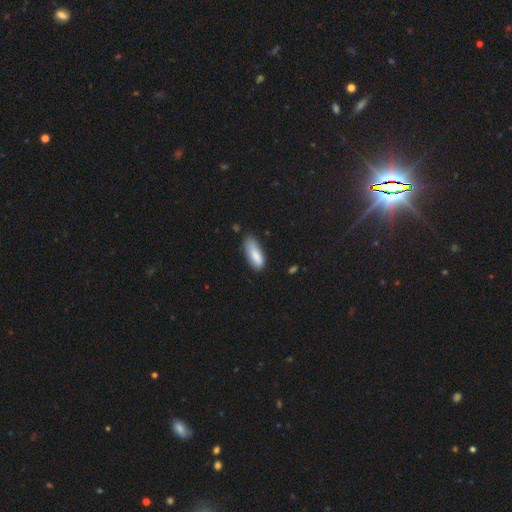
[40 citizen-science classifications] Smooth or featured? smooth (80%)
How rounded? in between (59%)
Merging? none (53%)